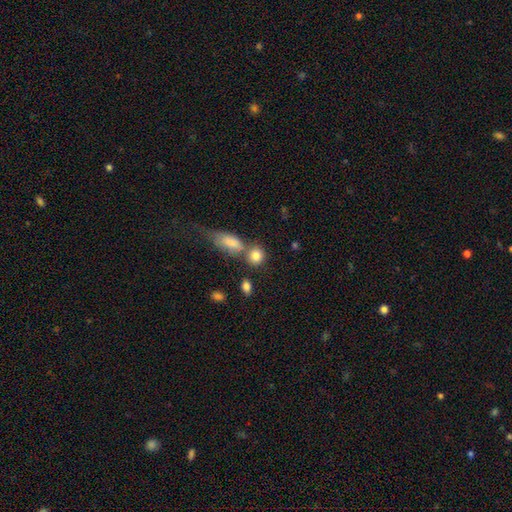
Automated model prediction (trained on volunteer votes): This appears to be a smooth galaxy with no disk features (84%) that is round (71%). Merging: none (53%).